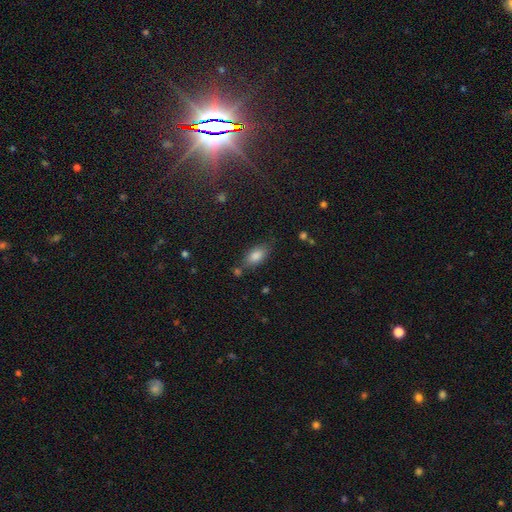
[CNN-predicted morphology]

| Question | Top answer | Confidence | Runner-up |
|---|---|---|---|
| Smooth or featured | smooth | 82% | featured or disk (9%) |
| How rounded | in between | 88% | cigar-shaped (7%) |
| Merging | none | 70% | minor disturbance (18%) |